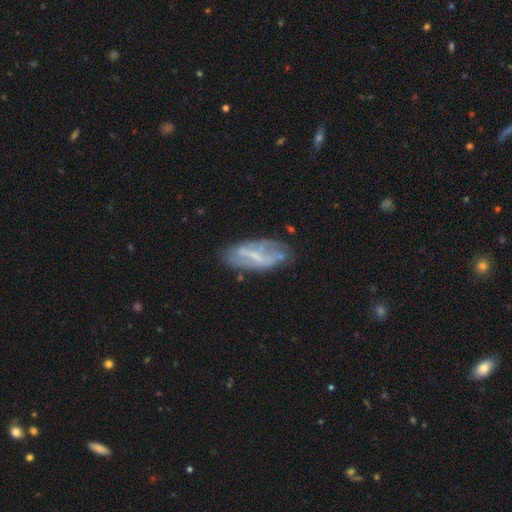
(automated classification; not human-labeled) Smooth or featured? Predicted: featured or disk (p=0.62). Edge-on disk? Predicted: no (p=0.87). Bar? Predicted: strong (p=0.44). Spiral arms? Predicted: no (p=0.53). Bulge size? Predicted: none (p=0.43). Merging? Predicted: none (p=0.60).